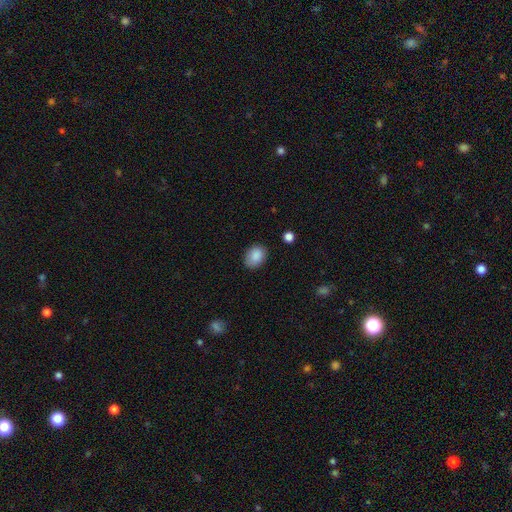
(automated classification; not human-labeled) smooth_or_featured: smooth (p=0.88) [alt: star or artifact p=0.08]
how_rounded: in between (p=0.66) [alt: round p=0.33]
merging: none (p=0.82) [alt: minor disturbance p=0.14]